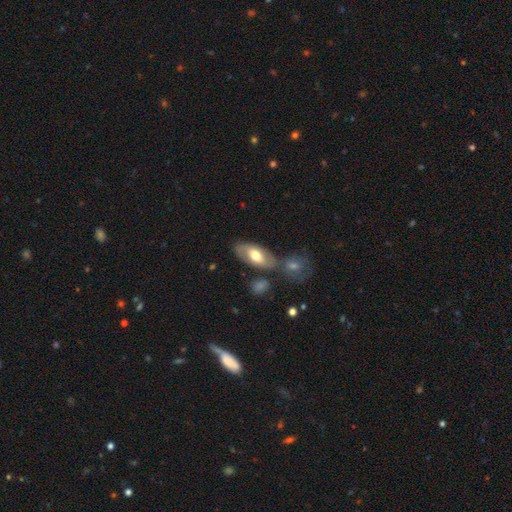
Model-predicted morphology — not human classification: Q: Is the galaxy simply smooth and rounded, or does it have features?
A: smooth — 59%.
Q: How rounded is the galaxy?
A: in between — 89%.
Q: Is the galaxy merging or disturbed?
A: none — 63%.